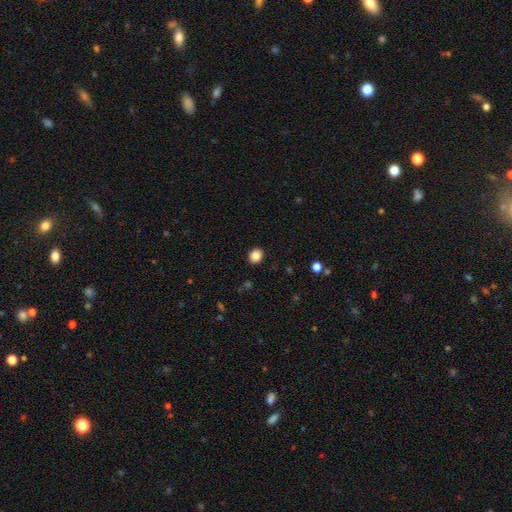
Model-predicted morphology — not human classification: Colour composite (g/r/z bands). It shows a smooth galaxy with no disk features (85%) that is round (73%). Merging: none (91%).